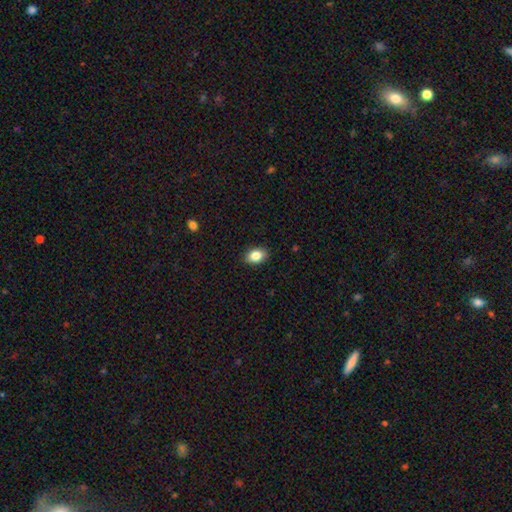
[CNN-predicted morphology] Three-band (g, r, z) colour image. It shows a smooth galaxy with no disk features (85%) that is in between round and cigar-shaped (80%). Merging: none (90%).